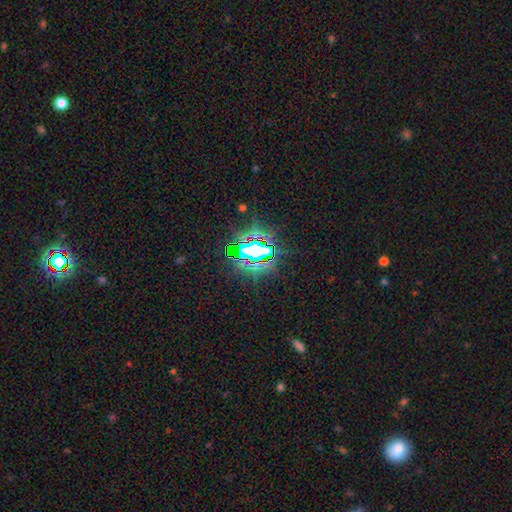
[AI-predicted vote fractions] Smooth or featured? star or artifact (70%)